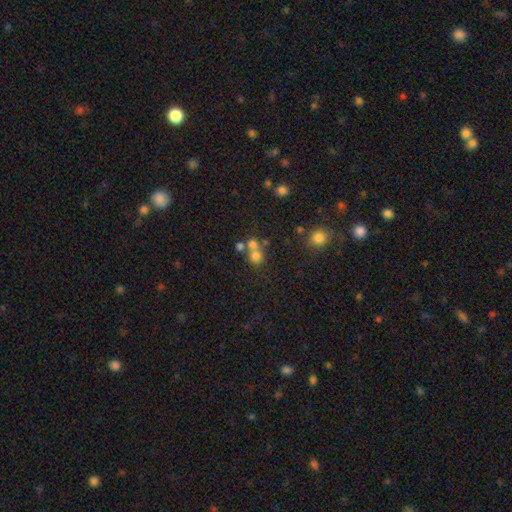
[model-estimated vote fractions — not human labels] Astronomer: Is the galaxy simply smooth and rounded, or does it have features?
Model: smooth — 69%.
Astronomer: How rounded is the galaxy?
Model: round — 84%.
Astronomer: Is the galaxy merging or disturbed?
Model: none — 45% (runner-up: merger, 44%).